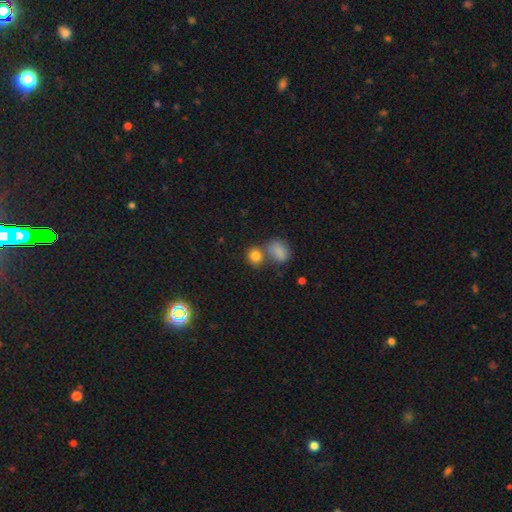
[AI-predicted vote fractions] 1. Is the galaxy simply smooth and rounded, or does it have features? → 82% smooth, 11% star or artifact, 7% featured or disk.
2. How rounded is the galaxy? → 68% round, 31% in between, 1% cigar-shaped.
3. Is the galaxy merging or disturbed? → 51% none, 35% merger, 10% minor disturbance, 4% major disturbance.